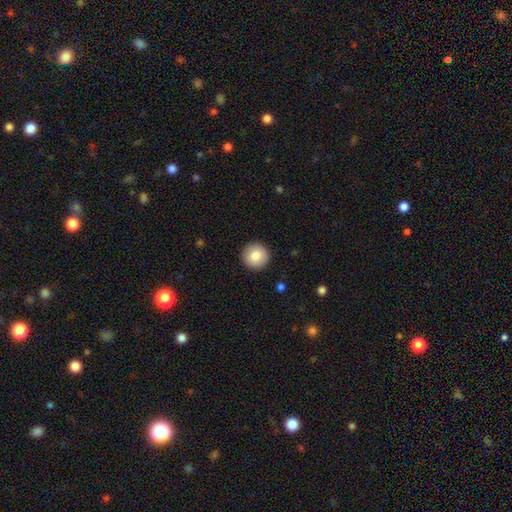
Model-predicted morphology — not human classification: A smooth galaxy with no disk features (84%) that is round (95%). Merging: none (92%).